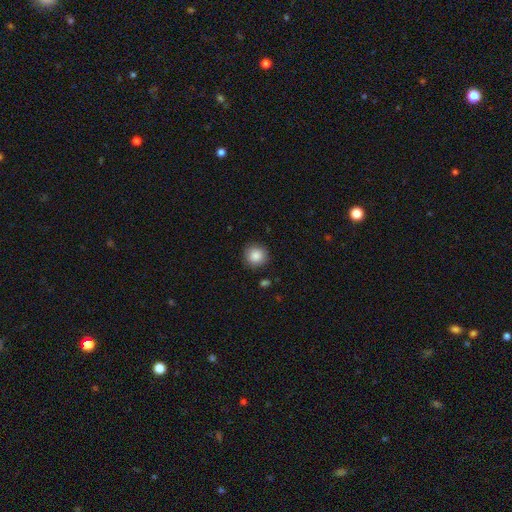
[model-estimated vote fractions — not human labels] smooth_or_featured: smooth (p=0.88) [alt: star or artifact p=0.09]
how_rounded: round (p=0.93) [alt: in between p=0.06]
merging: none (p=0.89) [alt: minor disturbance p=0.07]